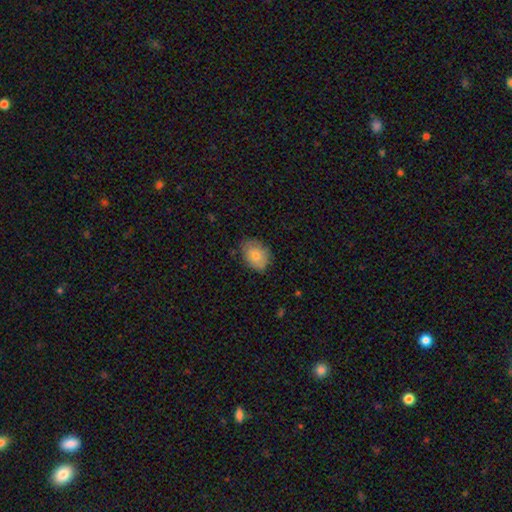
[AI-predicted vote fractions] Overall: smooth (76%). How rounded: in between (74%). Merging: none (74%).